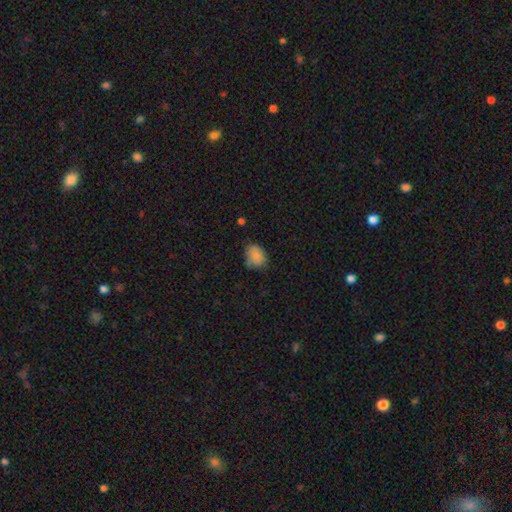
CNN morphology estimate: Overall: smooth (80%). How rounded: in between (57%; round 42%). Merging: none (60%; minor disturbance 30%).